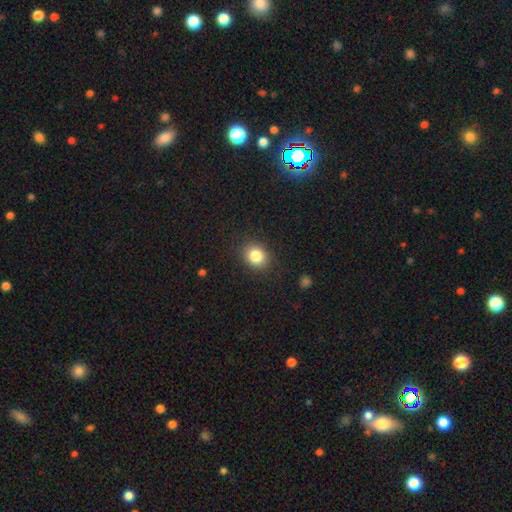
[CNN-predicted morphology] The model was most divided on "how rounded": round: 61%, in between: 38%, cigar-shaped: 1%. More confident: merging — none (87%); smooth or featured — smooth (84%).